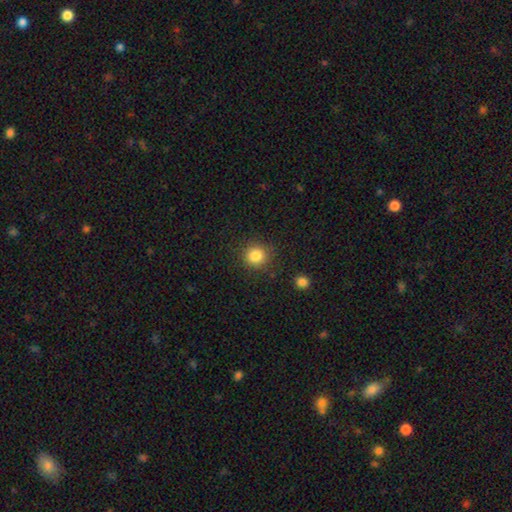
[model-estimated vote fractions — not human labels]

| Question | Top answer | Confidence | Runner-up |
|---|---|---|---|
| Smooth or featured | smooth | 84% | star or artifact (11%) |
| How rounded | round | 91% | in between (8%) |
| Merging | none | 87% | minor disturbance (8%) |